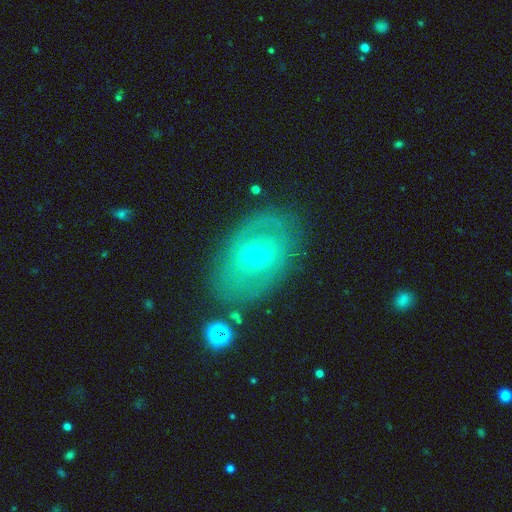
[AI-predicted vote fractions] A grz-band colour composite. It shows a featured or disk galaxy (63%) with a weak bar (44%), no spiral arms (60%) and a small central bulge (59%). Merging: none (78%).